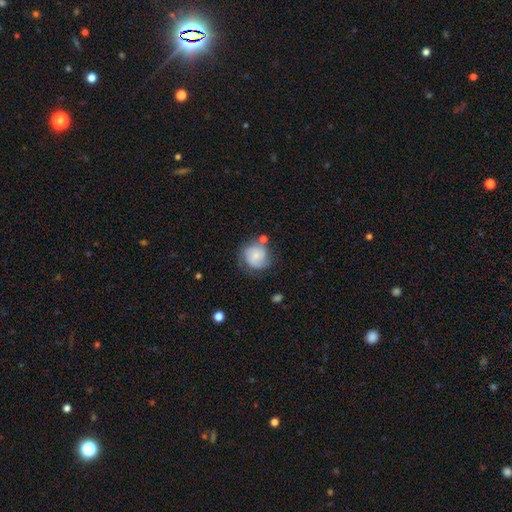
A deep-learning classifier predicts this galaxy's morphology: featured or disk 53%, smooth 39%, star or artifact 8%. Down the decision tree: edge-on disk — no (98%); bar — no (69%); spiral arms — yes (88%); bulge size — small (63%); merging — none (62%).